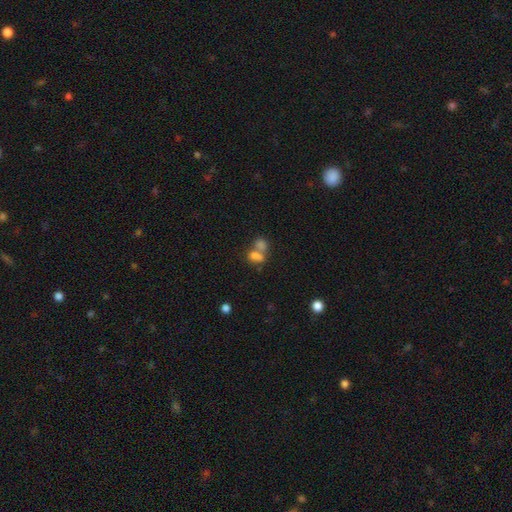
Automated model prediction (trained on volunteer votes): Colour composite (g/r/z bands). It shows a smooth galaxy with no disk features (74%) that is in between round and cigar-shaped (73%). Merging: merger (64%).